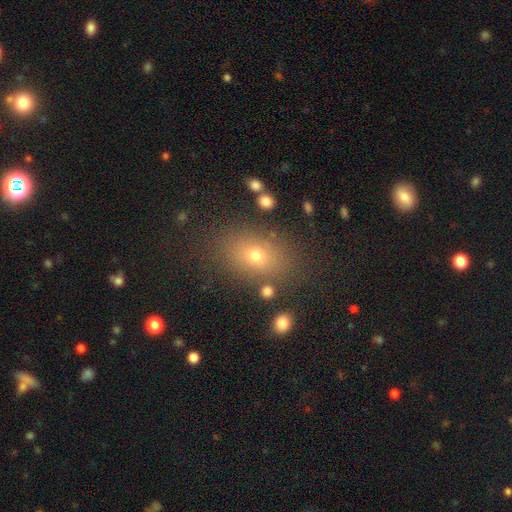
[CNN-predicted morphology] Smooth or featured: smooth — 69% (star or artifact — 16%)
How rounded: in between — 73% (round — 25%)
Merging: none — 80% (minor disturbance — 11%)